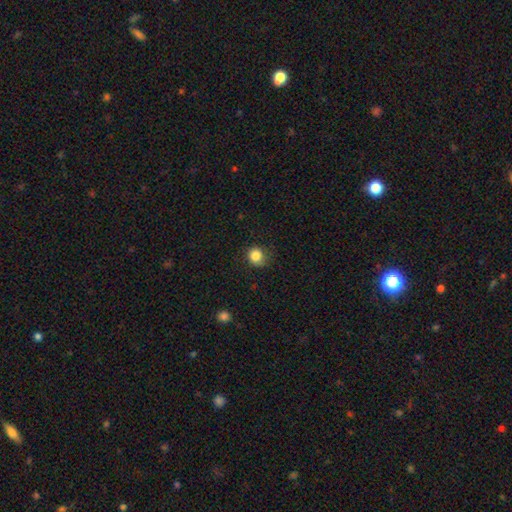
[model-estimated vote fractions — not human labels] A smooth galaxy with no disk features (85%) that is round (86%).

Vote fractions:
- Smooth or featured? smooth: 85% / star or artifact: 10% / featured or disk: 4%
- How rounded? round: 86% / in between: 13% / cigar-shaped: 1%
- Merging? none: 77% / minor disturbance: 17% / major disturbance: 5% / merger: 1%